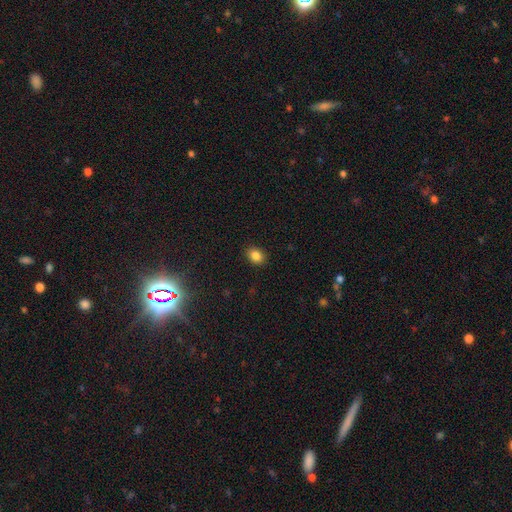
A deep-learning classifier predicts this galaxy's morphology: smooth_or_featured: smooth (p=0.85) [alt: star or artifact p=0.11]
how_rounded: in between (p=0.58) [alt: round p=0.41]
merging: none (p=0.90) [alt: minor disturbance p=0.07]